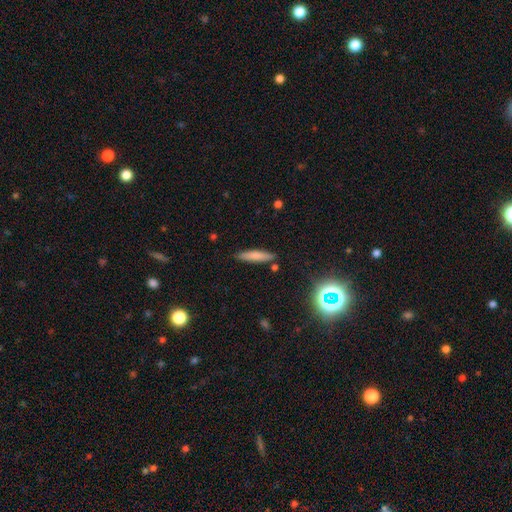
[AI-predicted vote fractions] smooth-or-featured: smooth: 75% | featured or disk: 17% | star or artifact: 8%
  how-rounded: cigar-shaped: 84% | in between: 15% | round: 2%
  merging: none: 85% | minor disturbance: 10% | merger: 3% | major disturbance: 2%